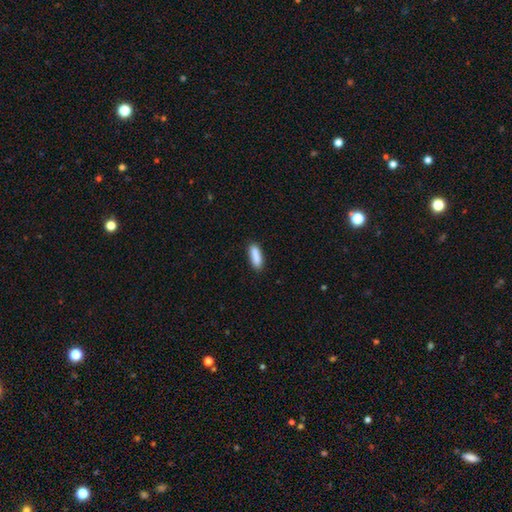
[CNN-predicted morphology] This is clearly a smooth galaxy (87%). How rounded: possibly in between (52%). Merging: likely none (79%).